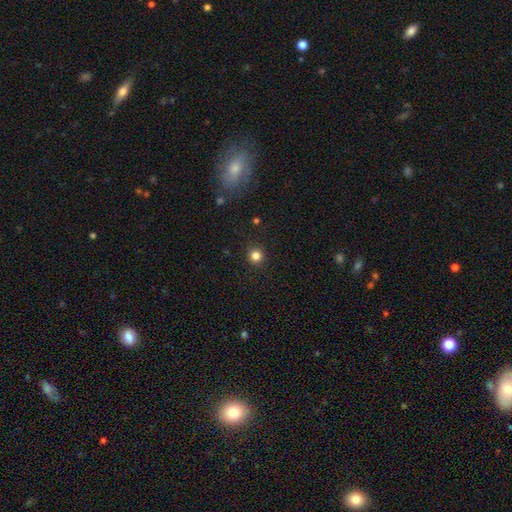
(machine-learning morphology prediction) Smooth or featured?
  - smooth: 83% *
  - star or artifact: 13%
  - featured or disk: 4%
How rounded?
  - round: 95% *
  - in between: 4%
  - cigar-shaped: 1%
Merging?
  - none: 92% *
  - minor disturbance: 5%
  - major disturbance: 2%
  - merger: 1%